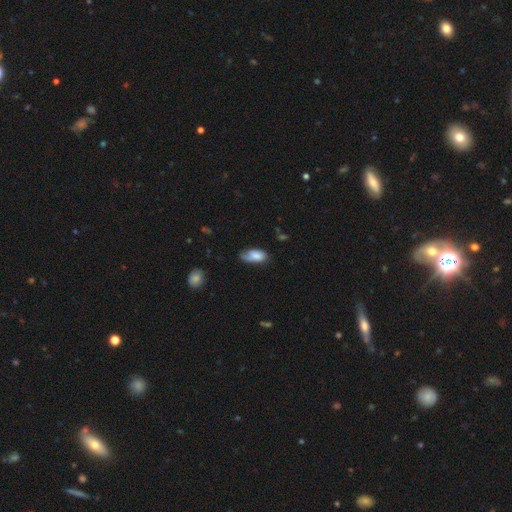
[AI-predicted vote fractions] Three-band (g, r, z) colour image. It shows a smooth galaxy with no disk features (71%) that is in between round and cigar-shaped (91%). Merging: none (46%).